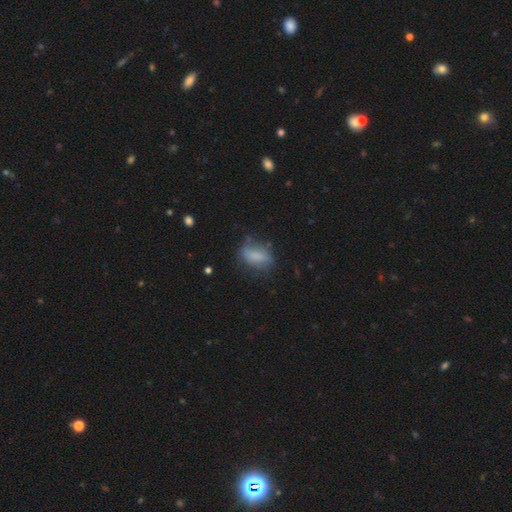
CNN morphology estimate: Smooth or featured? smooth (70%)
How rounded? in between (81%)
Merging? none (57%)